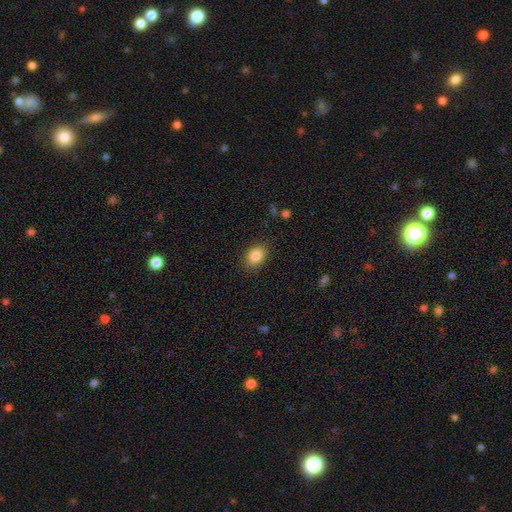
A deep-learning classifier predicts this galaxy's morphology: This appears to be a smooth galaxy with no disk features (85%) that is in between round and cigar-shaped (66%). Merging: none (85%).